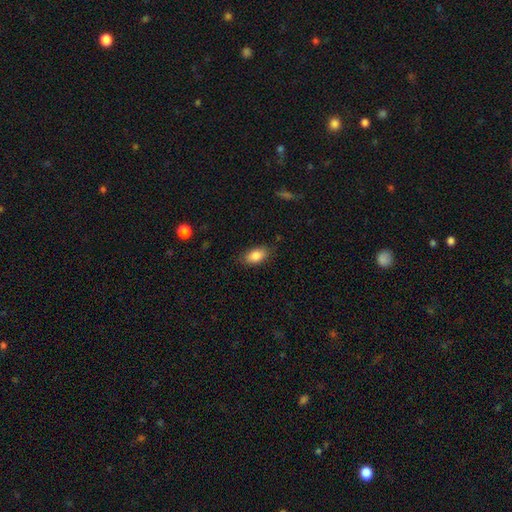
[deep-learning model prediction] Smooth or featured?
  - smooth: 85% *
  - featured or disk: 8%
  - star or artifact: 7%
How rounded?
  - in between: 90% *
  - round: 5%
  - cigar-shaped: 5%
Merging?
  - none: 83% *
  - minor disturbance: 13%
  - major disturbance: 3%
  - merger: 1%